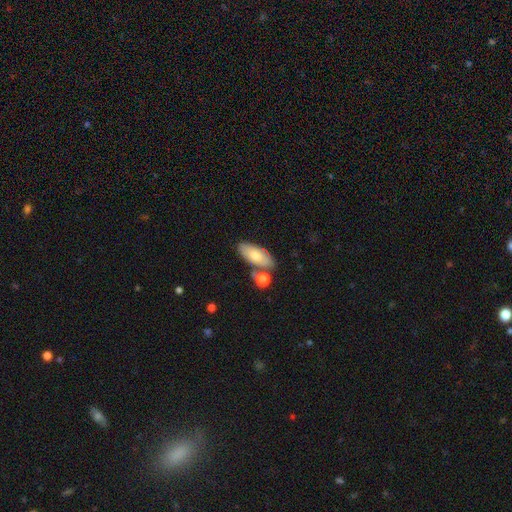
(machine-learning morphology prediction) Smooth or featured? smooth (74%)
How rounded? in between (86%)
Merging? none (67%)